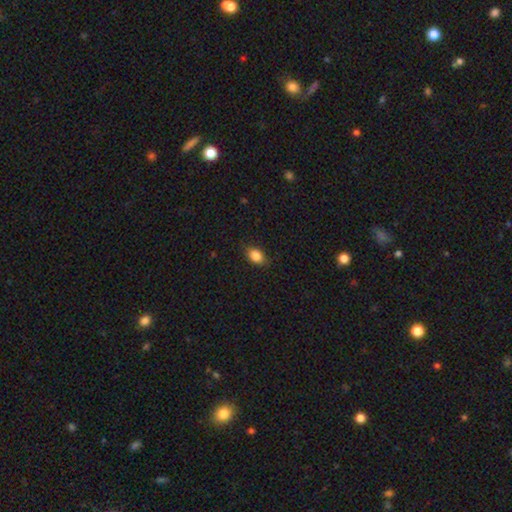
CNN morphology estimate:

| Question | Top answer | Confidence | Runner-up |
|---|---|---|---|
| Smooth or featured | smooth | 86% | star or artifact (9%) |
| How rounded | in between | 80% | round (18%) |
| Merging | none | 84% | minor disturbance (12%) |